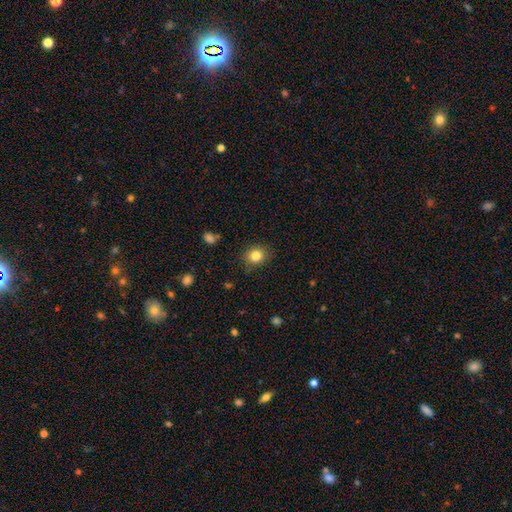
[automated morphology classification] The model was most divided on "how rounded": round: 72%, in between: 27%, cigar-shaped: 1%. More confident: merging — none (87%); smooth or featured — smooth (83%).